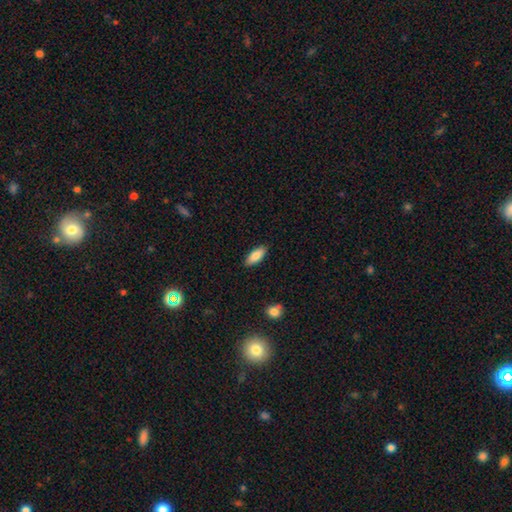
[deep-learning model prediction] Smooth or featured? smooth (85%)
How rounded? in between (82%)
Merging? none (88%)